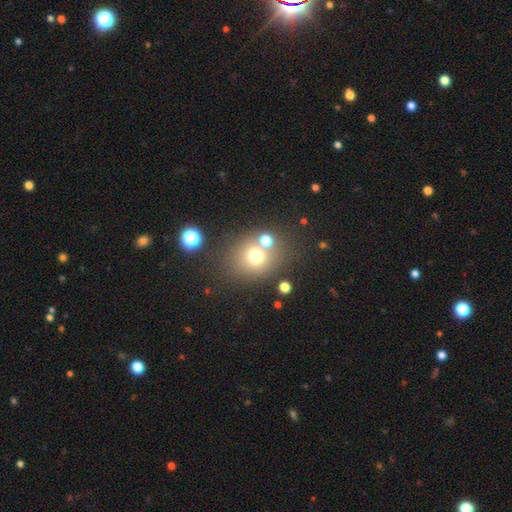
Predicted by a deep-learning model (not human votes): Smooth or featured? Predicted: smooth (p=0.69). How rounded? Predicted: round (p=0.76). Merging? Predicted: none (p=0.67).